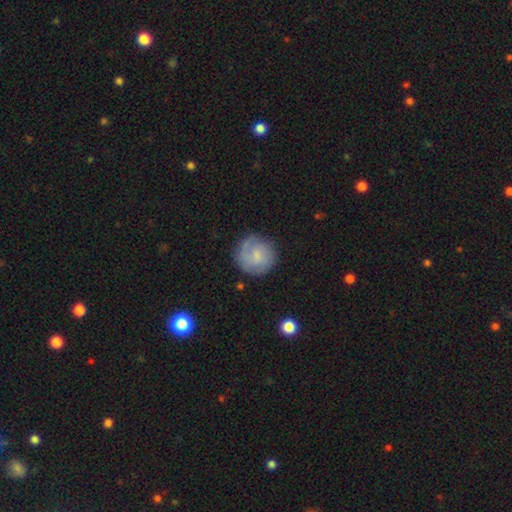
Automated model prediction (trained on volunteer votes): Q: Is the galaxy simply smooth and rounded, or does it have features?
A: smooth — 59%.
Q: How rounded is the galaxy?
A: round — 92%.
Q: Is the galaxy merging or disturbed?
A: none — 75%.